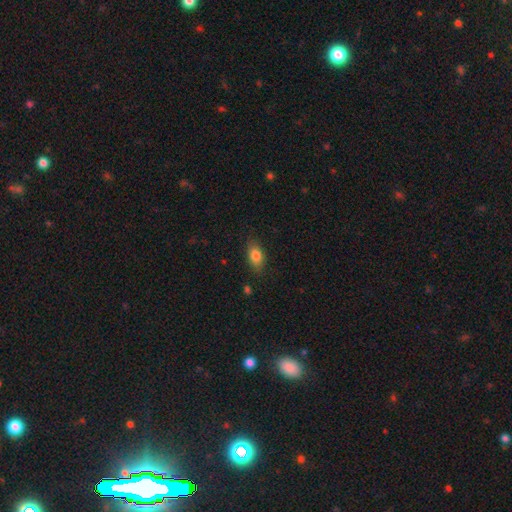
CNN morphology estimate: A smooth galaxy with no disk features (82%) that is in between round and cigar-shaped (86%).

Vote fractions:
- Smooth or featured? smooth: 82% / featured or disk: 10% / star or artifact: 8%
- How rounded? in between: 86% / round: 9% / cigar-shaped: 5%
- Merging? none: 82% / minor disturbance: 14% / major disturbance: 3% / merger: 1%